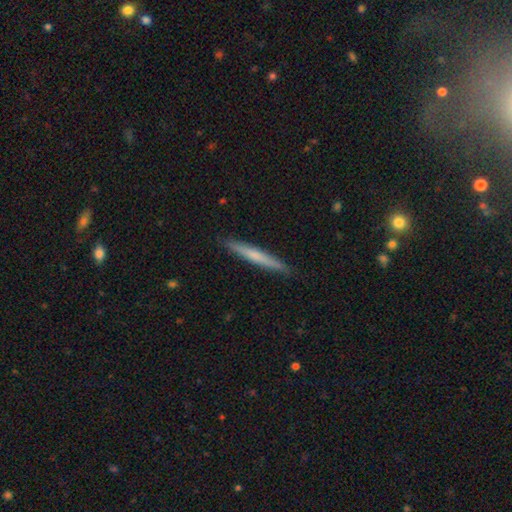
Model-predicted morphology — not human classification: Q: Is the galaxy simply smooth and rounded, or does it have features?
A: smooth — 59%.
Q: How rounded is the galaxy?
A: cigar-shaped — 97%.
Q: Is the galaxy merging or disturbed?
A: none — 91%.